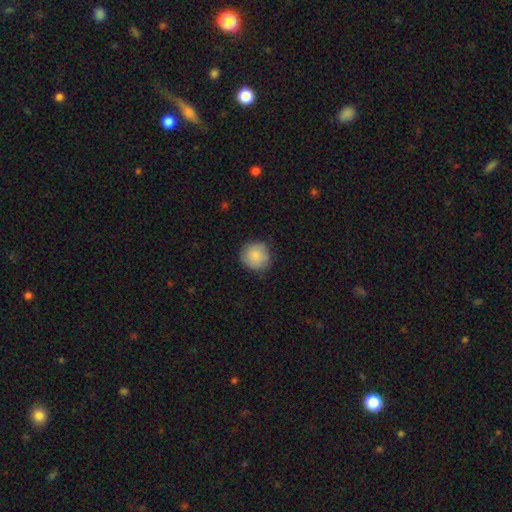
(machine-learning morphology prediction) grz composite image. It shows a smooth galaxy with no disk features (86%) that is round (92%). Merging: none (83%).